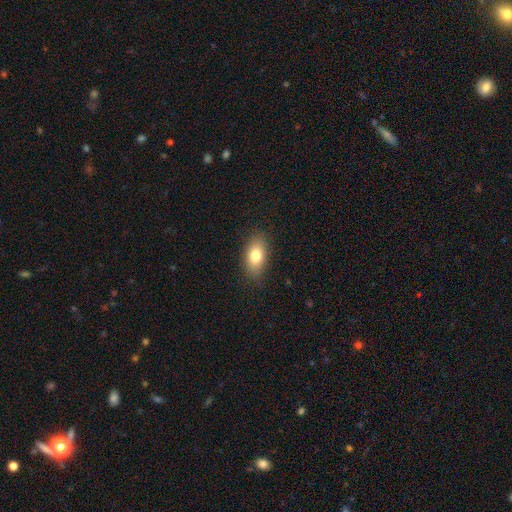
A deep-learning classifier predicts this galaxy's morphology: type=smooth (78%); roundness=in between (87%); merging=none (85%).